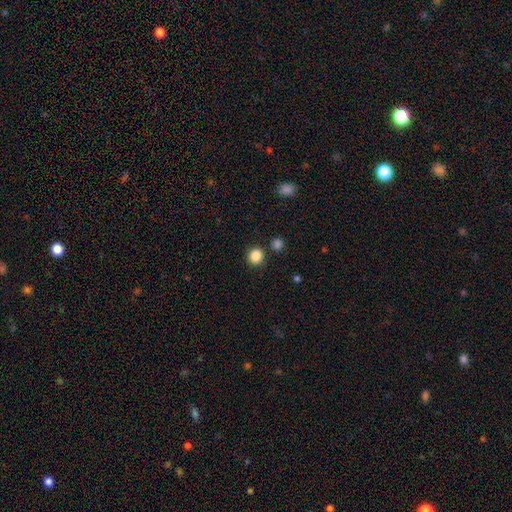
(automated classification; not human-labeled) smooth 85%, star or artifact 11%, featured or disk 4%. Down the decision tree: how rounded — round (90%); merging — none (86%).